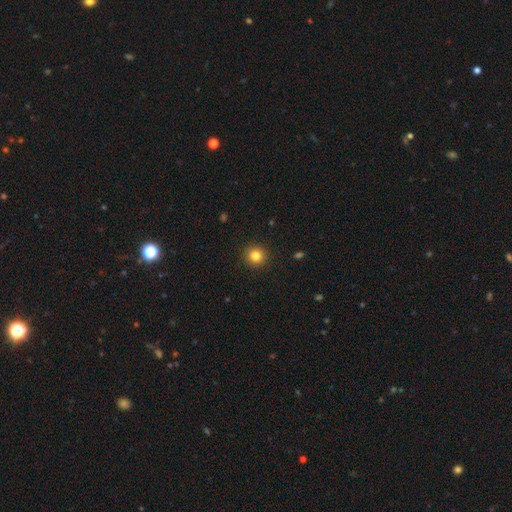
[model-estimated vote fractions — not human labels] Overall: smooth (83%). How rounded: round (95%). Merging: none (92%).